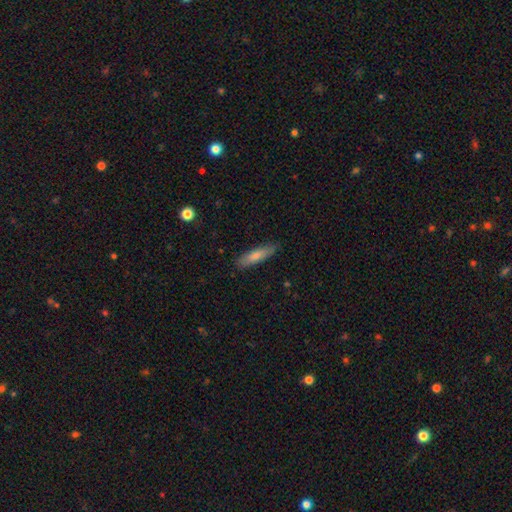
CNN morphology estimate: This is likely a smooth galaxy (77%). How rounded: likely cigar-shaped (72%). Merging: clearly none (85%).